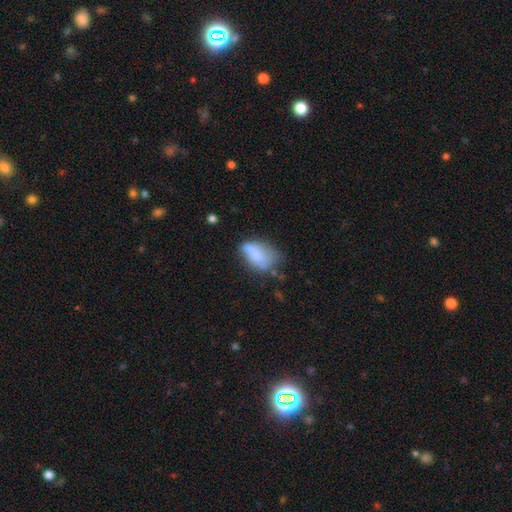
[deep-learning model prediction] Smooth or featured?
  - smooth: 68% *
  - featured or disk: 23%
  - star or artifact: 9%
How rounded?
  - in between: 88% *
  - round: 8%
  - cigar-shaped: 4%
Merging?
  - minor disturbance: 33% *
  - none: 32%
  - major disturbance: 24%
  - merger: 11%